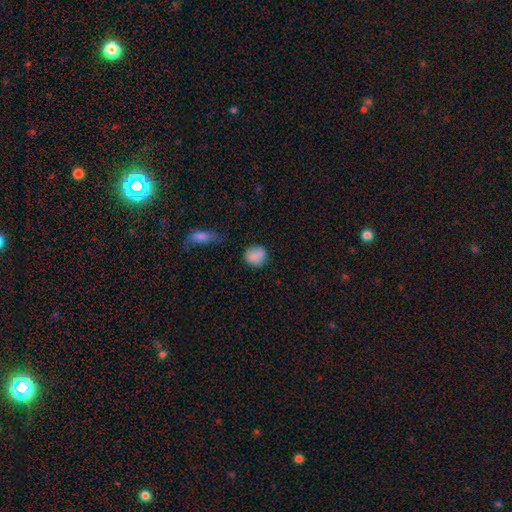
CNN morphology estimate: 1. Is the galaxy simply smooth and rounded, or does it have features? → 85% smooth, 8% star or artifact, 7% featured or disk.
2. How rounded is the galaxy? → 79% round, 20% in between, 1% cigar-shaped.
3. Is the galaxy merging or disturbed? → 74% none, 17% minor disturbance, 4% major disturbance, 4% merger.